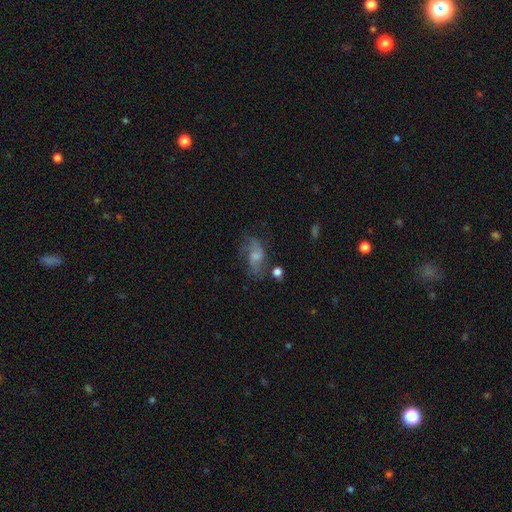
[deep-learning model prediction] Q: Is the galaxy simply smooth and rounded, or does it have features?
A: featured or disk — 57%.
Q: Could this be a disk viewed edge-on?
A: no — 95%.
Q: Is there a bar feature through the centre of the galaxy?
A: no — 55%.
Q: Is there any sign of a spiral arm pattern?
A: yes — 81%.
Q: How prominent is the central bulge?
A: moderate — 34%, tied with small.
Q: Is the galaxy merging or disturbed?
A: none — 51%.